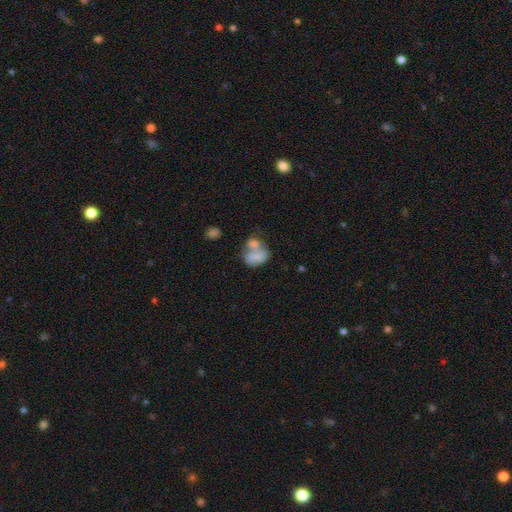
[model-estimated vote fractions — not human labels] Q: Smooth or featured?
A: smooth (59%); runner-up: featured or disk (32%)
Q: How rounded?
A: in between (64%); runner-up: round (34%)
Q: Merging?
A: merger (56%); runner-up: none (20%)